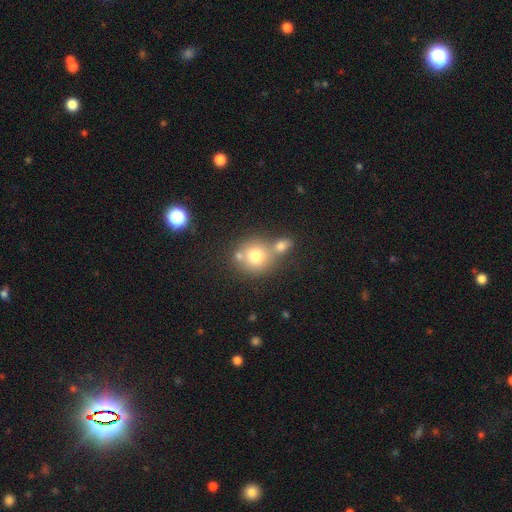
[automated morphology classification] Q: Smooth or featured?
A: smooth (73%); runner-up: featured or disk (16%)
Q: How rounded?
A: round (87%); runner-up: in between (12%)
Q: Merging?
A: none (47%); runner-up: merger (40%)